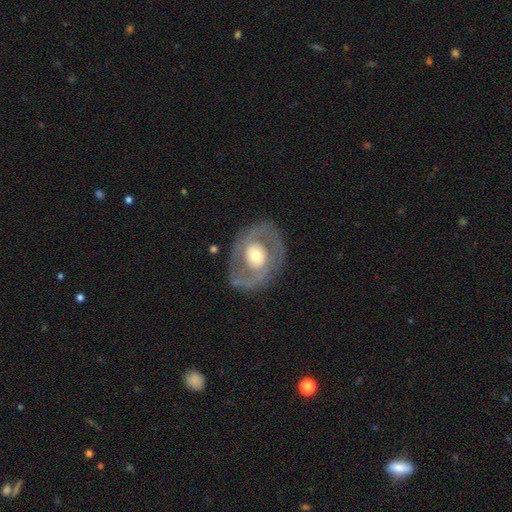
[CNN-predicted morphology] Smooth or featured?
  - featured or disk: 76% *
  - smooth: 20%
  - star or artifact: 5%
Edge-on disk?
  - no: 95% *
  - yes: 5%
Bar?
  - no: 70% *
  - weak: 21%
  - strong: 9%
Spiral arms?
  - yes: 58% *
  - no: 42%
Bulge size?
  - moderate: 62% *
  - large: 21%
  - small: 14%
  - dominant: 2%
  - none: 1%
Merging?
  - none: 81% *
  - minor disturbance: 12%
  - major disturbance: 7%
  - merger: 1%